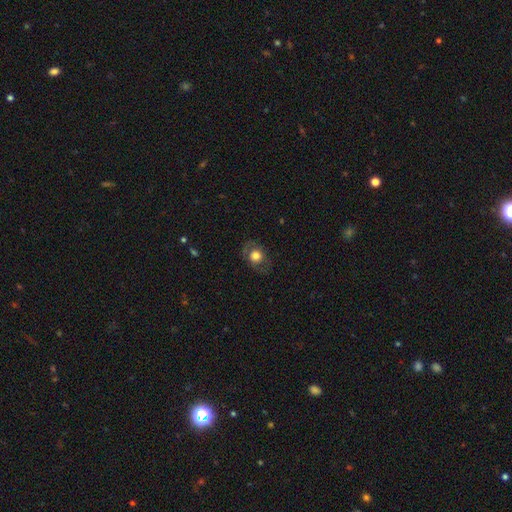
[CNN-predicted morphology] A smooth galaxy with no disk features (62%) that is round (62%). Merging: none (71%).